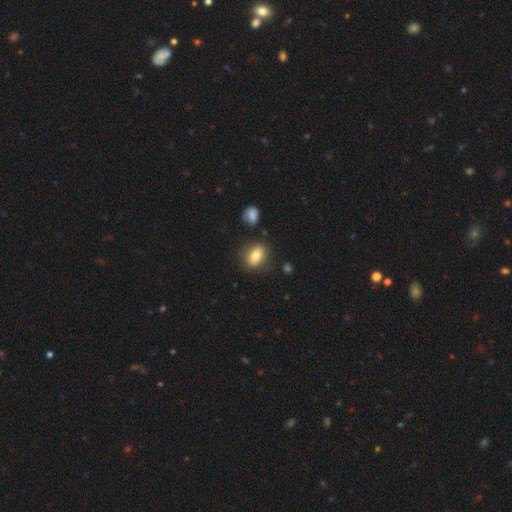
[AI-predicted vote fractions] Smooth or featured?
  - smooth: 76% *
  - featured or disk: 15%
  - star or artifact: 8%
How rounded?
  - in between: 70% *
  - round: 26%
  - cigar-shaped: 4%
Merging?
  - none: 80% *
  - minor disturbance: 13%
  - major disturbance: 4%
  - merger: 3%